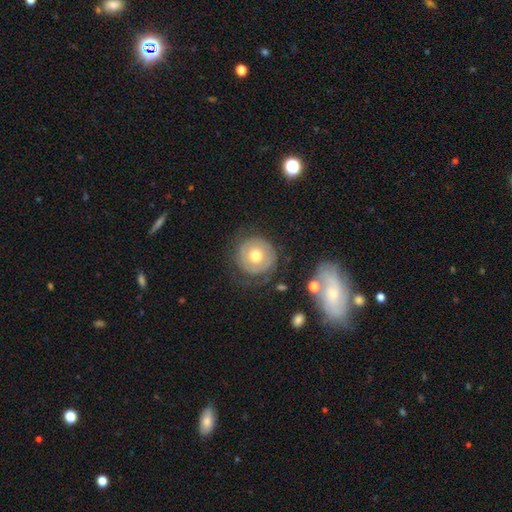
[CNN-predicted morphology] Smooth or featured? featured or disk (49%)
Merging? none (68%)